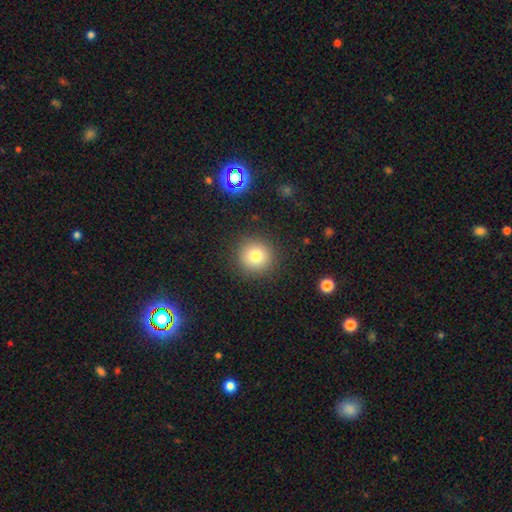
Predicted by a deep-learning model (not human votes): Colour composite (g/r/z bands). It shows a smooth galaxy with no disk features (78%) that is round (94%). Merging: none (89%).